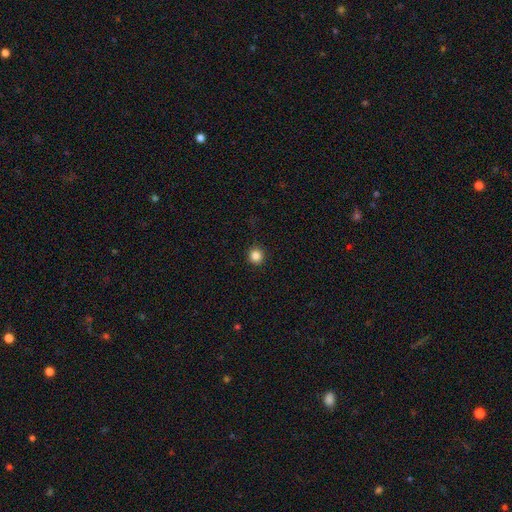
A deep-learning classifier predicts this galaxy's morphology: Smooth or featured? smooth (86%)
How rounded? round (94%)
Merging? none (92%)